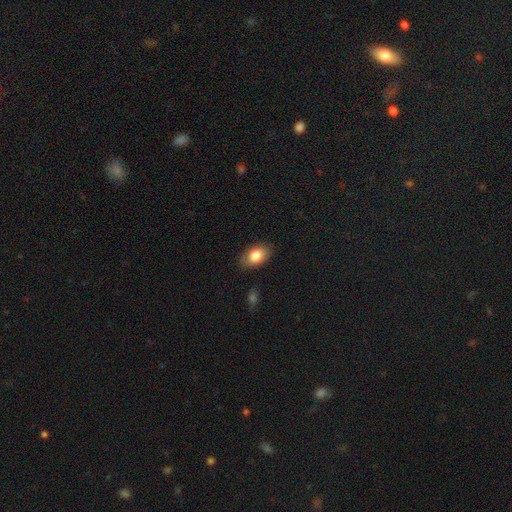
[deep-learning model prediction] Overall: smooth (82%). How rounded: in between (88%). Merging: none (85%).